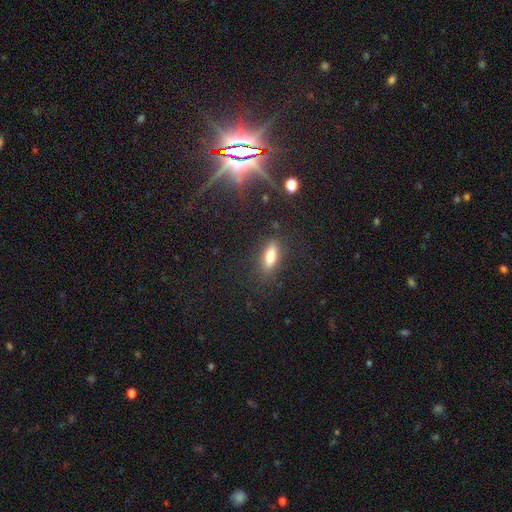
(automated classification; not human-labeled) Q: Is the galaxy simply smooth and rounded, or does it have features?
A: smooth — 44%.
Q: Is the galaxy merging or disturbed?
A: none — 86%.